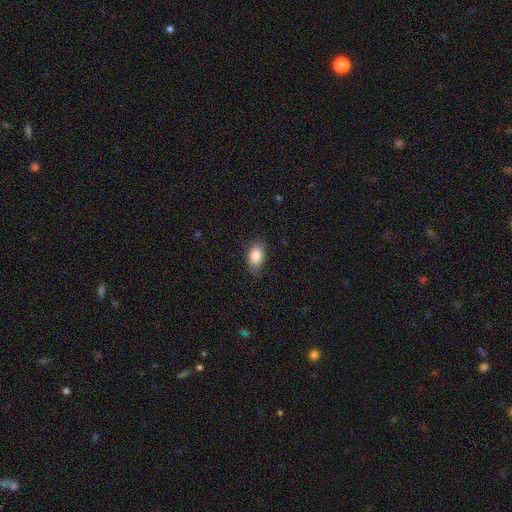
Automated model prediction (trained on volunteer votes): Smooth or featured? Predicted: smooth (p=0.86). How rounded? Predicted: in between (p=0.89). Merging? Predicted: none (p=0.78).